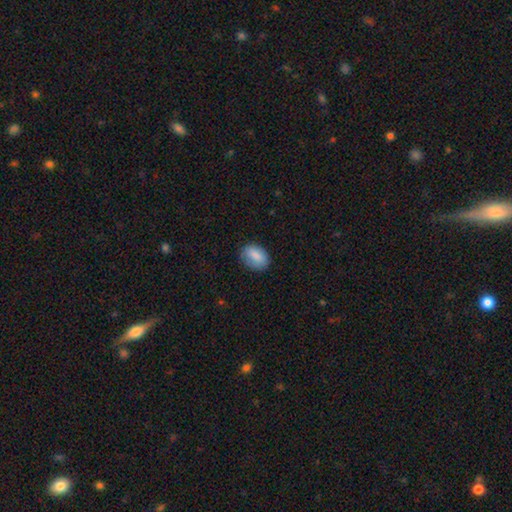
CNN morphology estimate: A smooth galaxy with no disk features (86%) that is in between round and cigar-shaped (82%). Merging: none (77%).